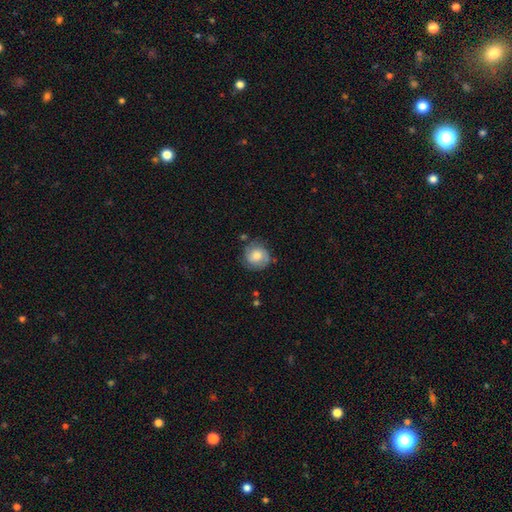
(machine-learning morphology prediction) This is possibly a smooth galaxy (49%). Merging: likely none (73%).